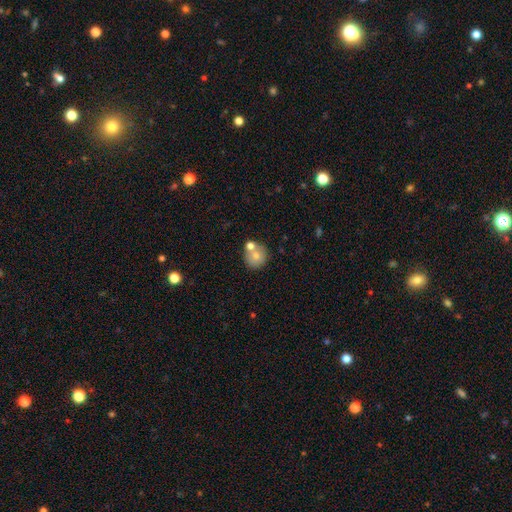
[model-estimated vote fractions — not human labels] smooth_or_featured: smooth (p=0.70) [alt: featured or disk p=0.21]
how_rounded: round (p=0.87) [alt: in between p=0.12]
merging: none (p=0.55) [alt: merger p=0.32]